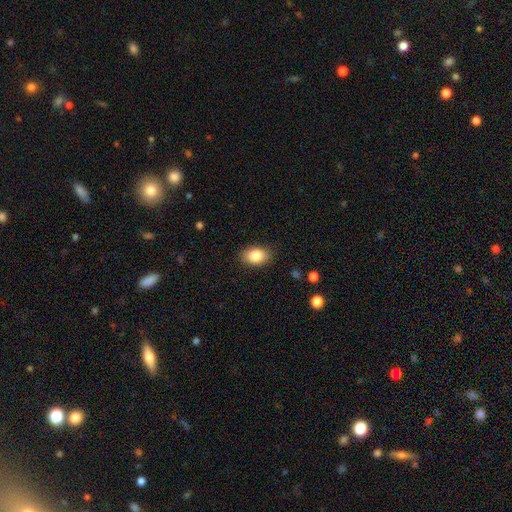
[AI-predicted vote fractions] A smooth galaxy with no disk features (85%) that is in between round and cigar-shaped (86%). Merging: none (86%).